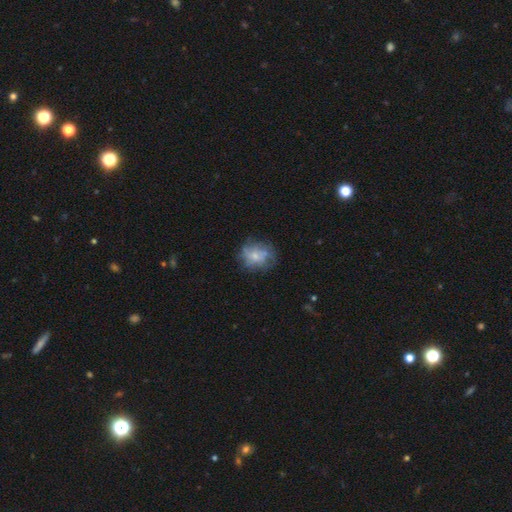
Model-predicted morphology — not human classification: This is possibly a smooth galaxy (46%). Merging: likely none (64%).